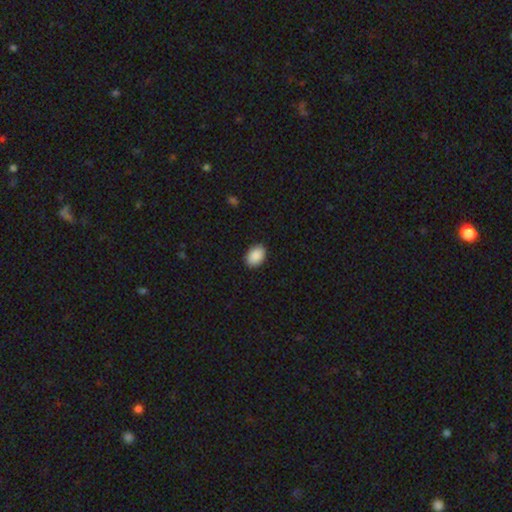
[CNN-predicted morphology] Q: Smooth or featured?
A: smooth (90%); runner-up: star or artifact (7%)
Q: How rounded?
A: in between (83%); runner-up: round (16%)
Q: Merging?
A: none (89%); runner-up: minor disturbance (9%)